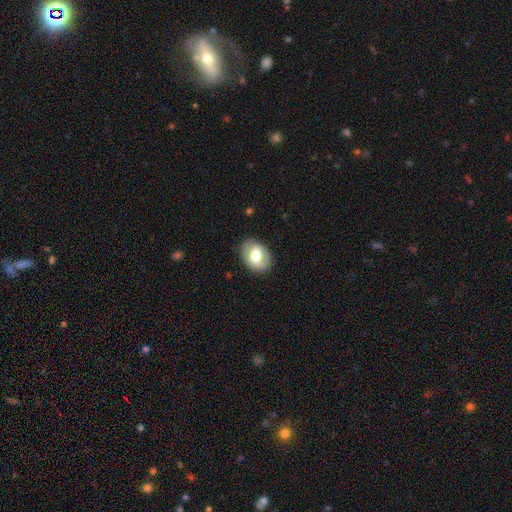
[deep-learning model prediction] This is possibly a smooth galaxy (59%). How rounded: likely in between (75%). Merging: clearly none (84%).